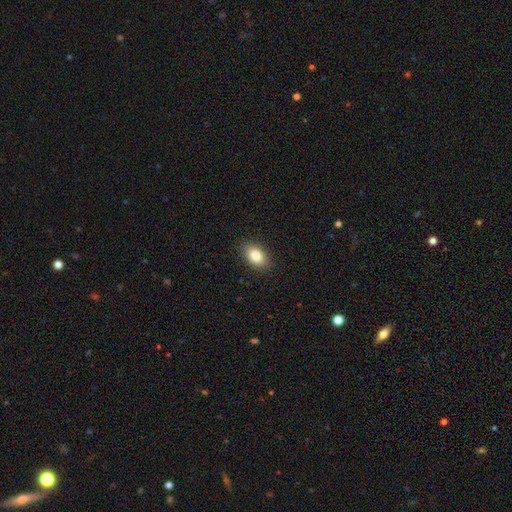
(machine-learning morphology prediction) Smooth or featured?
  - smooth: 83% *
  - featured or disk: 9%
  - star or artifact: 8%
How rounded?
  - in between: 87% *
  - round: 12%
  - cigar-shaped: 1%
Merging?
  - none: 88% *
  - minor disturbance: 9%
  - major disturbance: 2%
  - merger: 1%